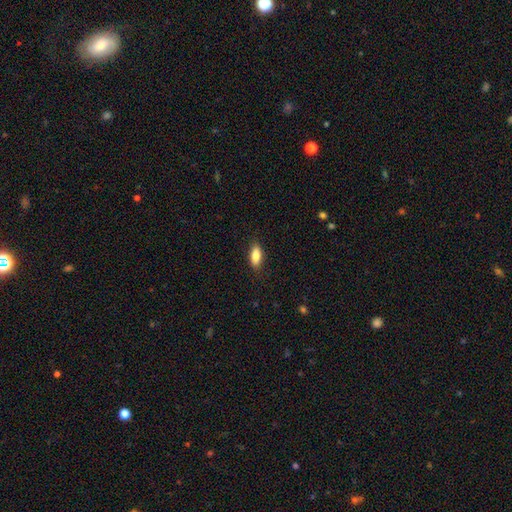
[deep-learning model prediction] This is clearly a smooth galaxy (82%). How rounded: likely in between (79%). Merging: clearly none (86%).